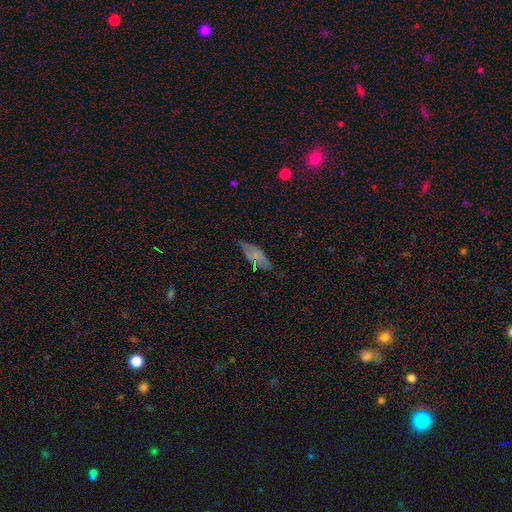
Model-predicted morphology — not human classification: smooth-or-featured: smooth: 61% | featured or disk: 24% | star or artifact: 15%
  how-rounded: in between: 77% | cigar-shaped: 20% | round: 3%
  merging: none: 72% | minor disturbance: 22% | major disturbance: 5% | merger: 2%